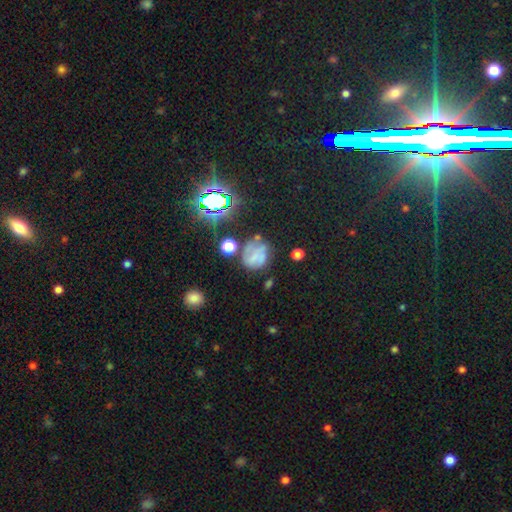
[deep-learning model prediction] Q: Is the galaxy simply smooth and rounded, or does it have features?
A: smooth — 48%.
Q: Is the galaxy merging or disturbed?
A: none — 42%.